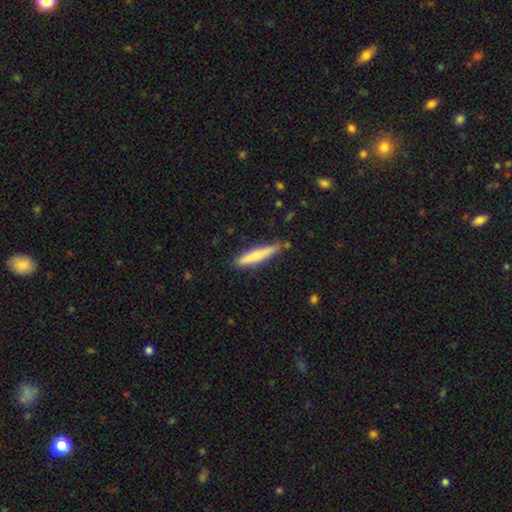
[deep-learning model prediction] This appears to be a smooth galaxy with no disk features (70%) that is cigar-shaped (92%). Merging: none (83%).